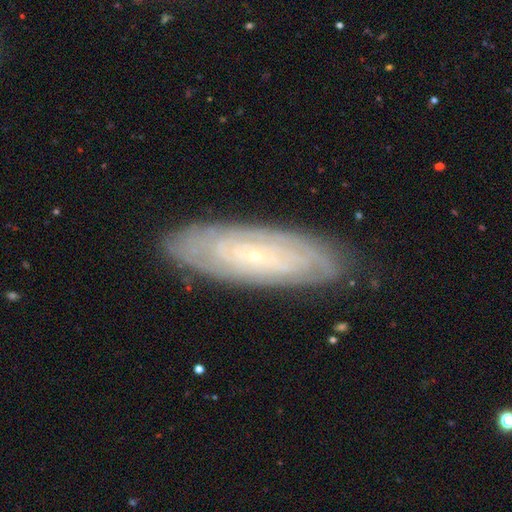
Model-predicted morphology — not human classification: Smooth or featured?
  - featured or disk: 75% *
  - smooth: 17%
  - star or artifact: 7%
Edge-on disk?
  - no: 85% *
  - yes: 15%
Bar?
  - no: 69% *
  - weak: 24%
  - strong: 7%
Spiral arms?
  - yes: 88% *
  - no: 12%
Spiral winding?
  - tight: 82% *
  - medium: 14%
  - loose: 4%
Spiral arm count?
  - can't tell: 62% *
  - 2: 10%
  - 4: 8%
  - more than 4: 8%
  - 3: 7%
  - 1: 5%
Bulge size?
  - small: 88% *
  - moderate: 8%
  - none: 2%
  - large: 1%
  - dominant: 1%
Merging?
  - none: 84% *
  - minor disturbance: 12%
  - major disturbance: 3%
  - merger: 1%